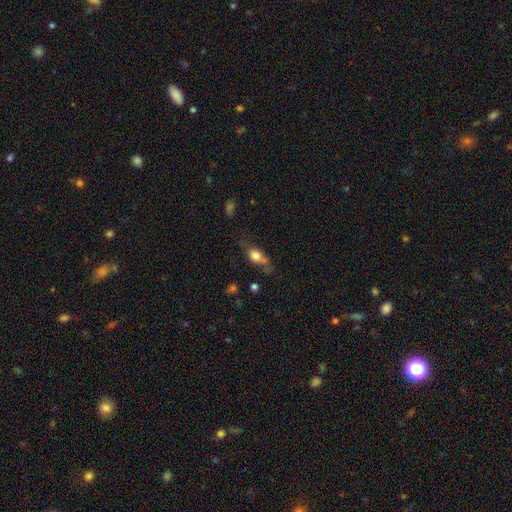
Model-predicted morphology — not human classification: smooth_or_featured: smooth (p=0.72) [alt: featured or disk p=0.19]
how_rounded: in between (p=0.74) [alt: round p=0.15]
merging: none (p=0.47) [alt: minor disturbance p=0.31]